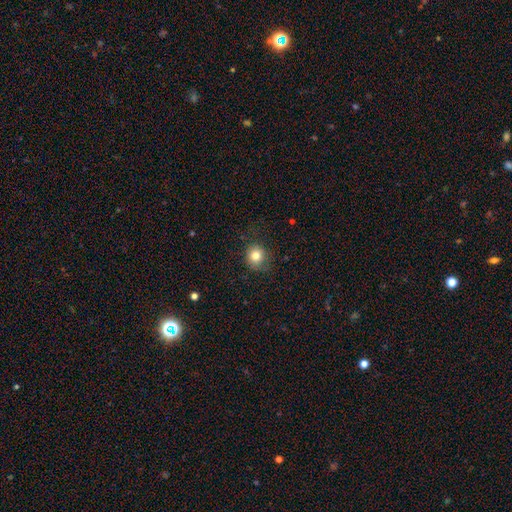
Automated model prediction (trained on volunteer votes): Smooth or featured: smooth — 81% (star or artifact — 12%)
How rounded: round — 88% (in between — 11%)
Merging: none — 83% (minor disturbance — 12%)